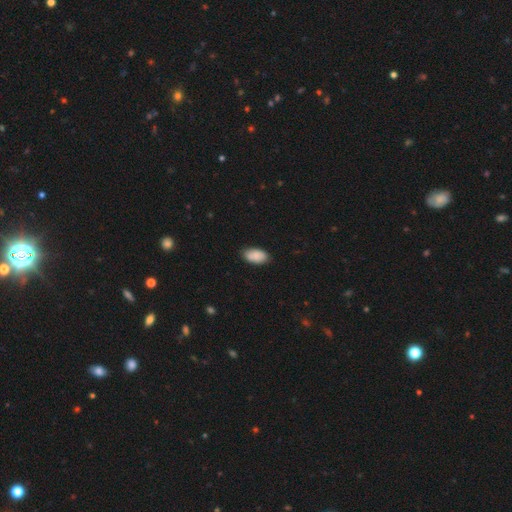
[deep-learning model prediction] A smooth galaxy with no disk features (89%) that is in between round and cigar-shaped (95%).

Vote fractions:
- Smooth or featured? smooth: 89% / star or artifact: 6% / featured or disk: 5%
- How rounded? in between: 95% / round: 3% / cigar-shaped: 2%
- Merging? none: 84% / minor disturbance: 13% / major disturbance: 2% / merger: 1%